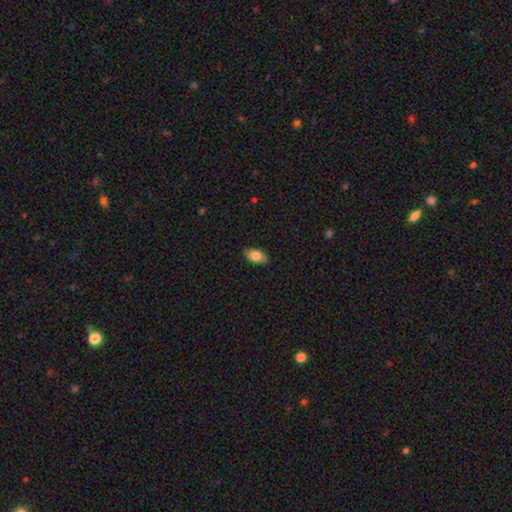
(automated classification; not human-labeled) Smooth or featured?
  - smooth: 80% *
  - featured or disk: 13%
  - star or artifact: 7%
How rounded?
  - in between: 90% *
  - round: 6%
  - cigar-shaped: 4%
Merging?
  - none: 87% *
  - minor disturbance: 10%
  - major disturbance: 2%
  - merger: 1%